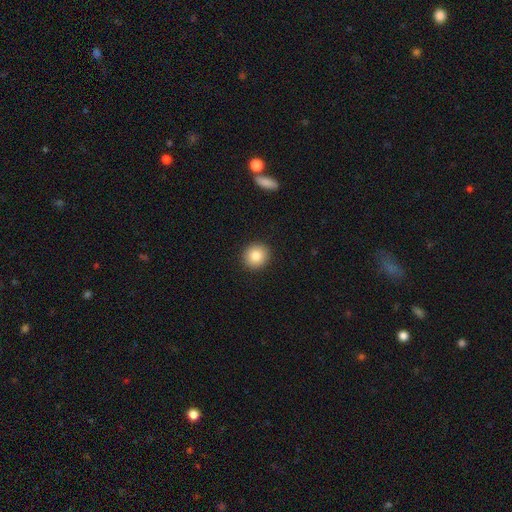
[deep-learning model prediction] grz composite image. It shows a smooth galaxy with no disk features (83%) that is round (89%). Merging: none (92%).